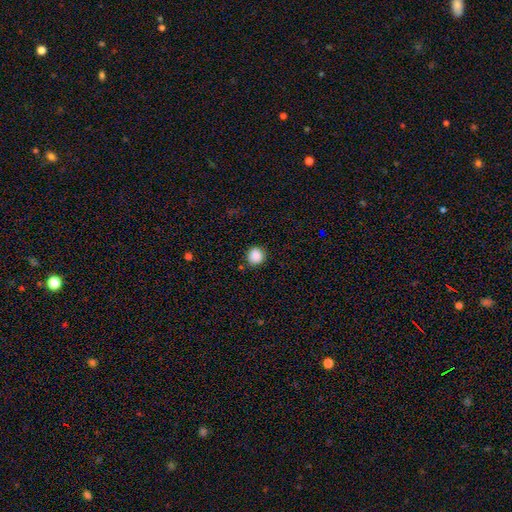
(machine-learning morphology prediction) Smooth or featured? Predicted: smooth (p=0.88). How rounded? Predicted: round (p=0.90). Merging? Predicted: none (p=0.86).